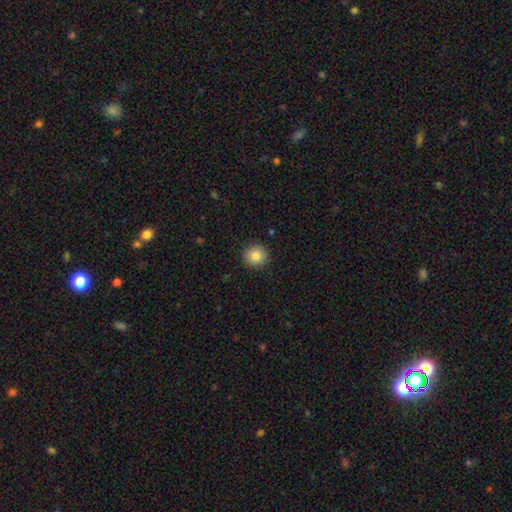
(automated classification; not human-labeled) smooth-or-featured: smooth: 85% | star or artifact: 9% | featured or disk: 5%
  how-rounded: round: 90% | in between: 9% | cigar-shaped: 1%
  merging: none: 91% | minor disturbance: 6% | major disturbance: 2% | merger: 1%